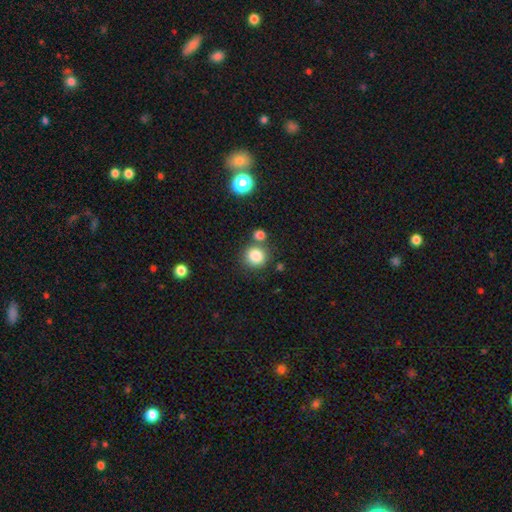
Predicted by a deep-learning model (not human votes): Smooth or featured?
  - smooth: 84% *
  - star or artifact: 10%
  - featured or disk: 5%
How rounded?
  - round: 87% *
  - in between: 12%
  - cigar-shaped: 1%
Merging?
  - none: 71% *
  - merger: 15%
  - minor disturbance: 10%
  - major disturbance: 3%